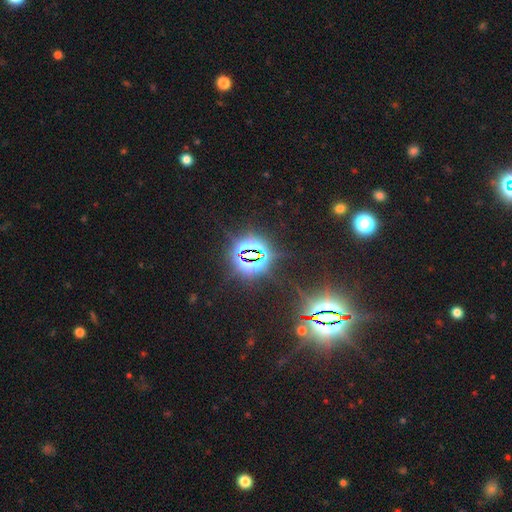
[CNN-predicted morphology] Smooth or featured? Predicted: star or artifact (p=0.84).